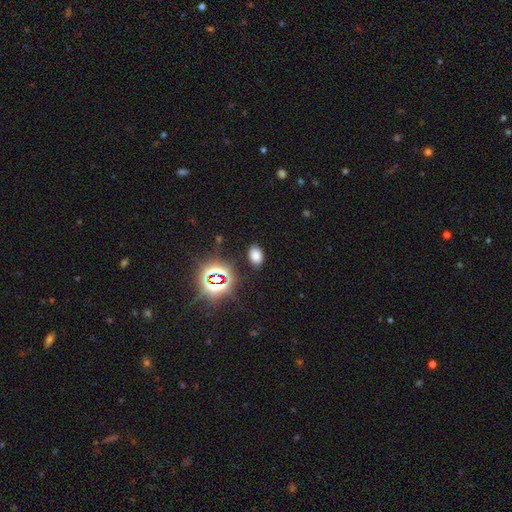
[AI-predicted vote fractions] Smooth or featured? smooth (69%)
How rounded? in between (85%)
Merging? none (85%)